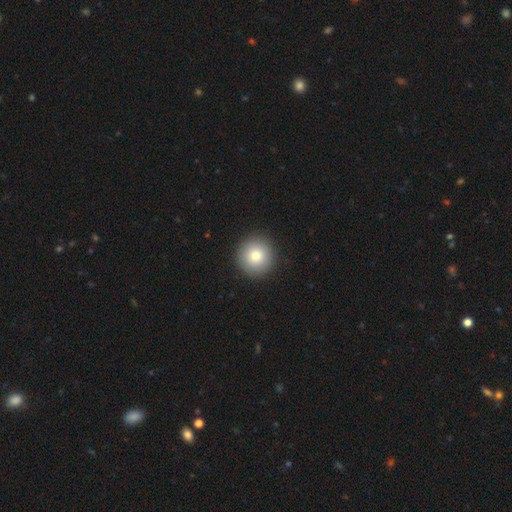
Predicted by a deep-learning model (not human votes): Smooth or featured? smooth (81%)
How rounded? round (95%)
Merging? none (92%)